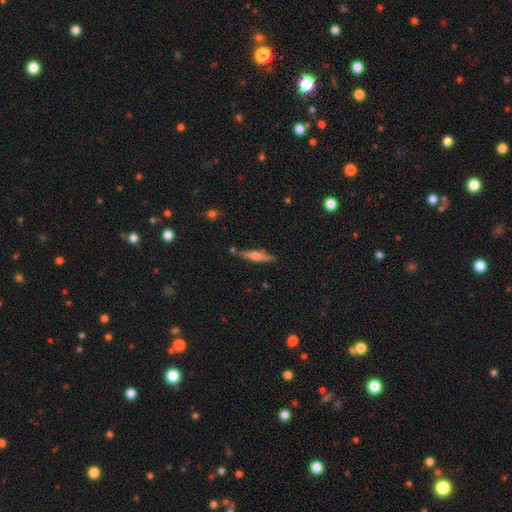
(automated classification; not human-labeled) A featured or disk galaxy (51%) viewed edge-on (96%). Merging: none (83%).